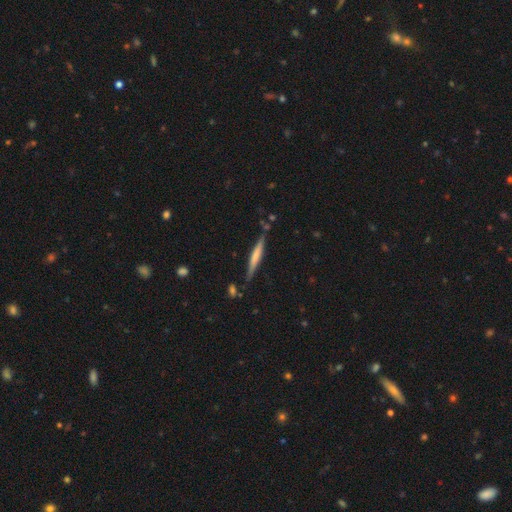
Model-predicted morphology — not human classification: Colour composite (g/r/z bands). It shows a smooth galaxy with no disk features (52%) that is cigar-shaped (94%). Merging: none (81%).